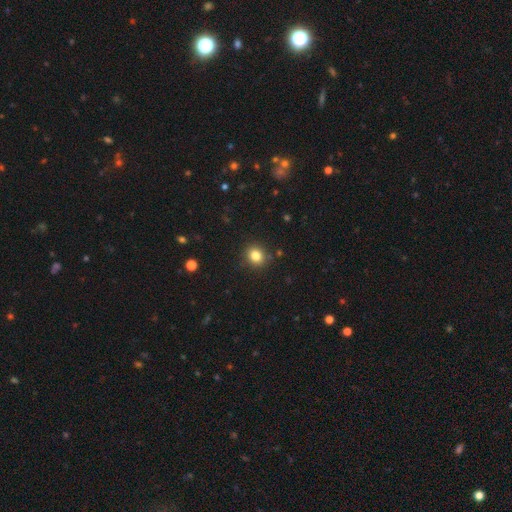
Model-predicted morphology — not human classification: Smooth or featured?
  - smooth: 82% *
  - star or artifact: 12%
  - featured or disk: 6%
How rounded?
  - round: 79% *
  - in between: 20%
  - cigar-shaped: 1%
Merging?
  - none: 88% *
  - minor disturbance: 8%
  - major disturbance: 2%
  - merger: 2%